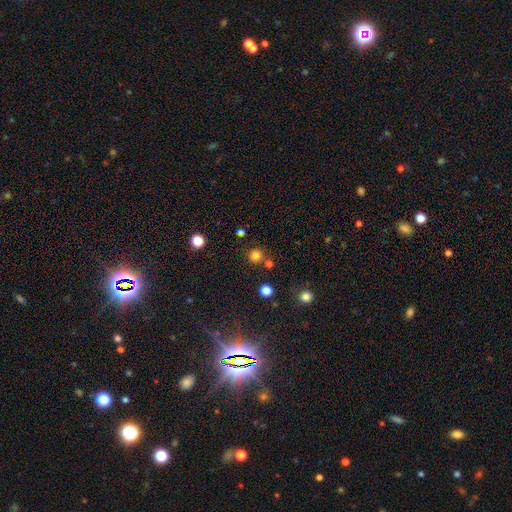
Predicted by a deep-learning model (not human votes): smooth-or-featured: smooth: 79% | star or artifact: 16% | featured or disk: 5%
  how-rounded: round: 94% | in between: 5% | cigar-shaped: 1%
  merging: none: 80% | merger: 10% | minor disturbance: 7% | major disturbance: 3%